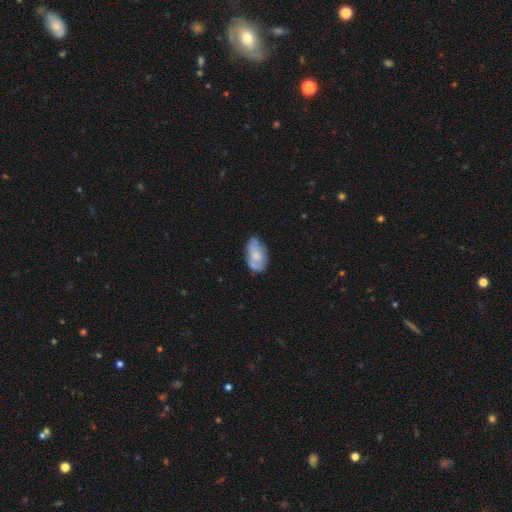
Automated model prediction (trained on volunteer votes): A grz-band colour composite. It shows a smooth galaxy with no disk features (58%) that is in between round and cigar-shaped (93%). Merging: none (55%).